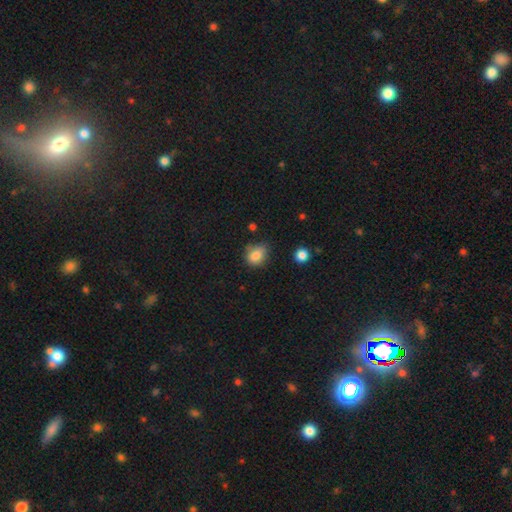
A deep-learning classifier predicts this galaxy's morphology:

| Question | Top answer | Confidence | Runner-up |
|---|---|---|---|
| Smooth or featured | smooth | 83% | star or artifact (10%) |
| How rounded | round | 54% | in between (45%) |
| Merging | none | 60% | minor disturbance (30%) |